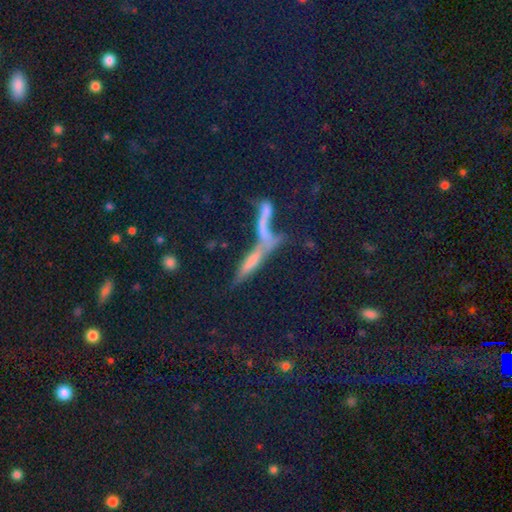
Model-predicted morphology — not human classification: Smooth or featured? star or artifact (41%)